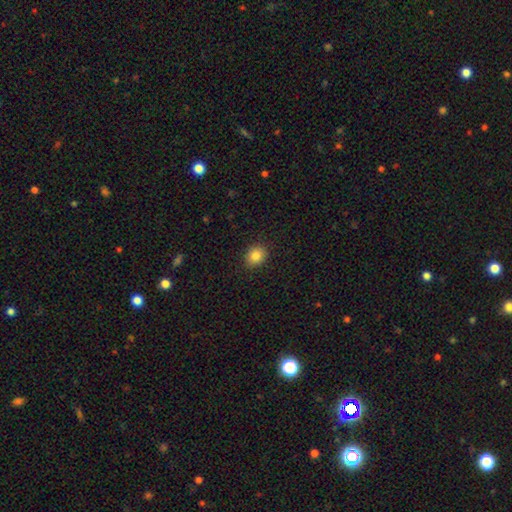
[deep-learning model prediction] This appears to be a smooth galaxy with no disk features (85%) that is round (58%). Merging: none (89%).